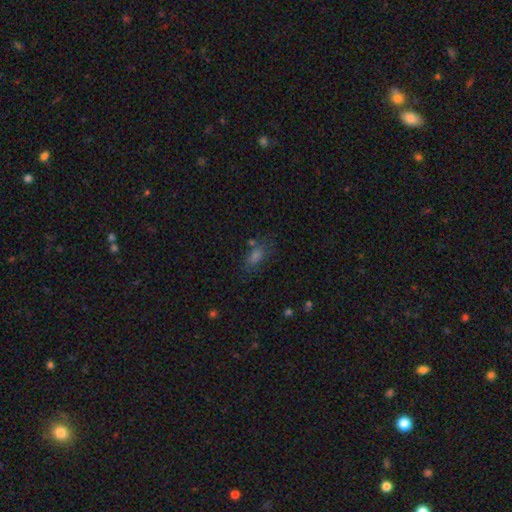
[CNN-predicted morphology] Q: Smooth or featured?
A: smooth (58%); runner-up: star or artifact (28%)
Q: How rounded?
A: in between (74%); runner-up: cigar-shaped (16%)
Q: Merging?
A: none (64%); runner-up: minor disturbance (18%)